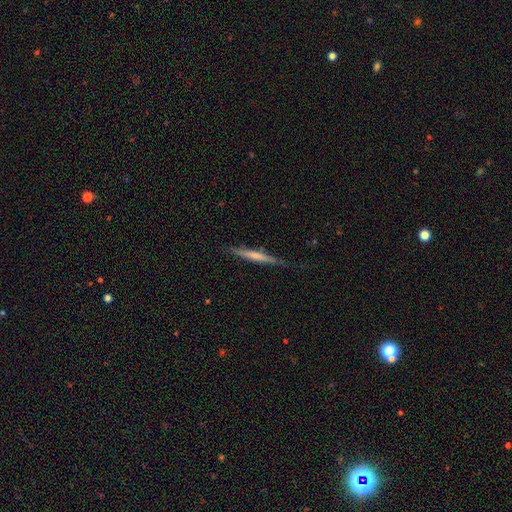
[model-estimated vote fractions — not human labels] Smooth or featured? Predicted: smooth (p=0.48). Merging? Predicted: none (p=0.79).